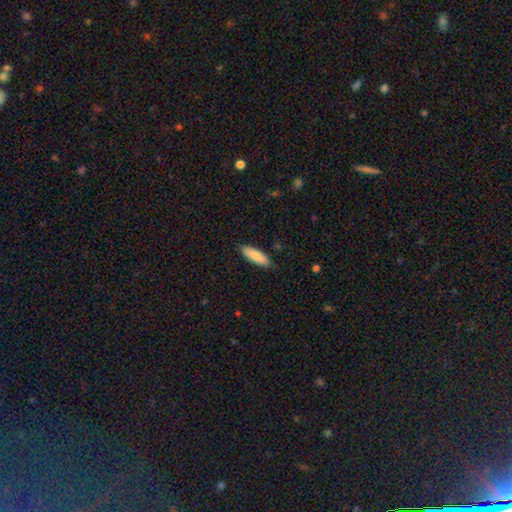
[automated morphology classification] This appears to be a smooth galaxy with no disk features (83%) that is cigar-shaped (50%). Merging: none (88%).